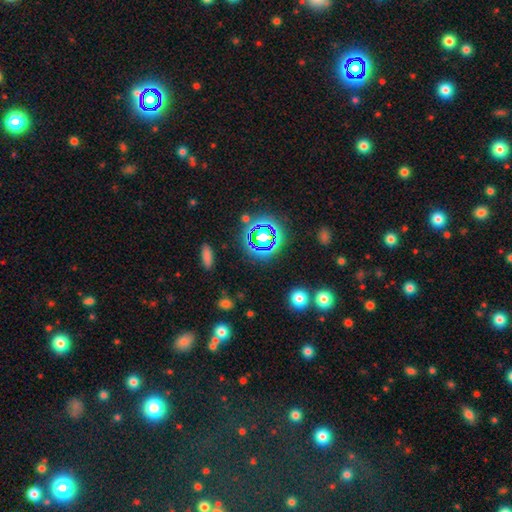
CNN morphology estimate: A star or artifact, not a galaxy (68%).